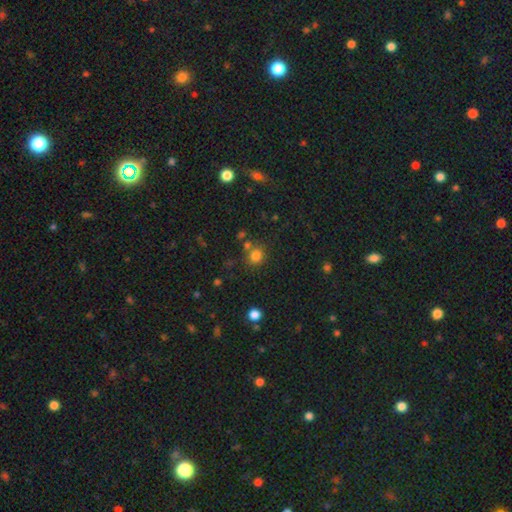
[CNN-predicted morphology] smooth-or-featured: smooth: 78% | star or artifact: 17% | featured or disk: 6%
  how-rounded: round: 80% | in between: 19% | cigar-shaped: 1%
  merging: none: 71% | merger: 14% | minor disturbance: 11% | major disturbance: 4%